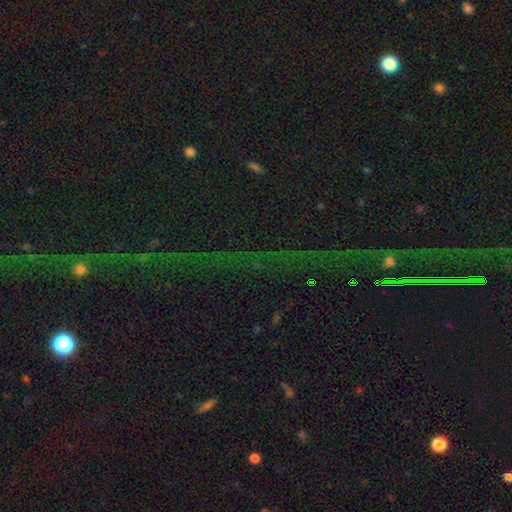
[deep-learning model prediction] Smooth or featured: star or artifact — 79% (featured or disk — 11%)